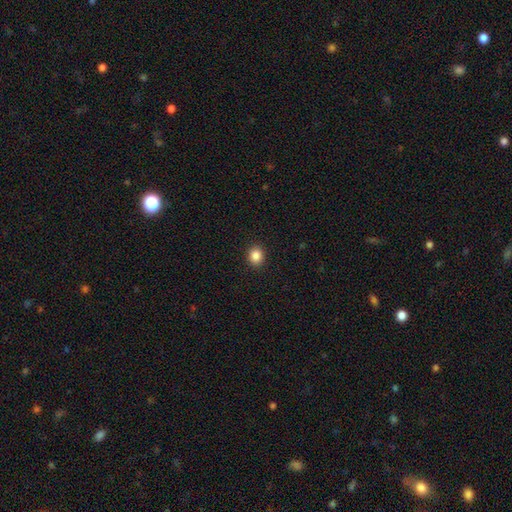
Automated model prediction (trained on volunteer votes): This is clearly a smooth galaxy (86%). How rounded: likely round (75%). Merging: clearly none (92%).